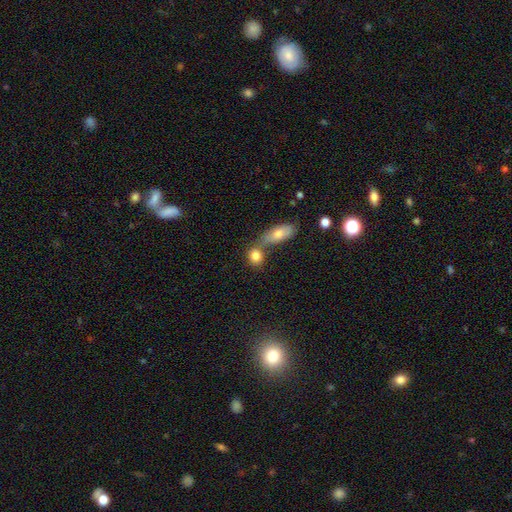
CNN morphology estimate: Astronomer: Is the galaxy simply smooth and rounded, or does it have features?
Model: smooth — 82%.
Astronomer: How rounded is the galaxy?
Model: round — 60% (runner-up: in between, 36%).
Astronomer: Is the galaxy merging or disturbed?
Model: merger — 45% (runner-up: none, 42%).